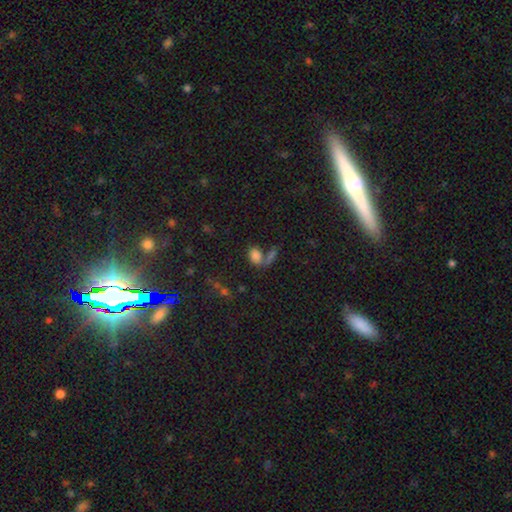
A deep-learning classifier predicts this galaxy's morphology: smooth_or_featured: smooth (p=0.78) [alt: star or artifact p=0.14]
how_rounded: in between (p=0.81) [alt: round p=0.16]
merging: merger (p=0.41) [alt: none p=0.40]